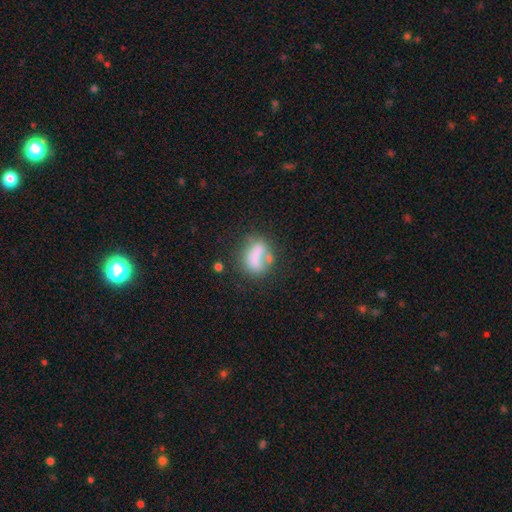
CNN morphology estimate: smooth_or_featured: smooth (p=0.61) [alt: featured or disk p=0.27]
how_rounded: in between (p=0.66) [alt: round p=0.25]
merging: none (p=0.40) [alt: merger p=0.25]